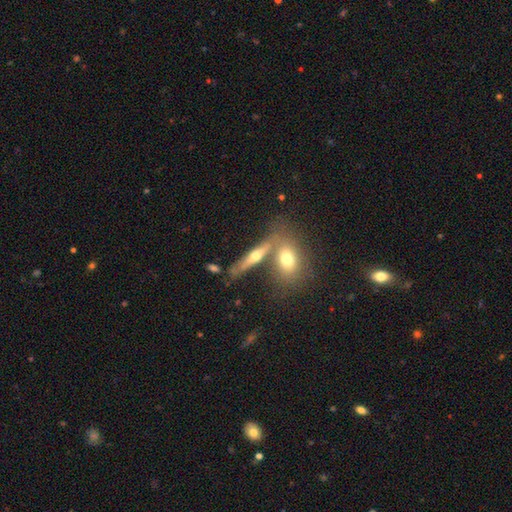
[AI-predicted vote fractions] A featured or disk galaxy (52%) viewed edge-on (82%).

Vote fractions:
- Smooth or featured? featured or disk: 52% / smooth: 40% / star or artifact: 8%
- Edge-on disk? yes: 82% / no: 18%
- Merging? none: 58% / merger: 25% / minor disturbance: 12% / major disturbance: 5%